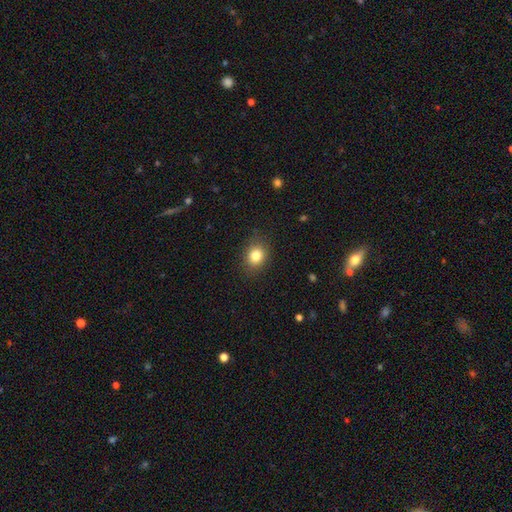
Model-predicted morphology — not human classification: Overall: smooth (82%). How rounded: round (57%; in between 42%). Merging: none (85%).